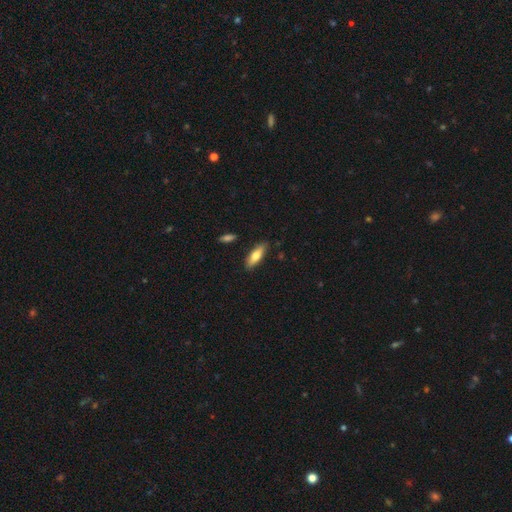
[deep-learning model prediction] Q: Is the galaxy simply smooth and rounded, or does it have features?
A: smooth — 72%.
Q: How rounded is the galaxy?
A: in between — 59%.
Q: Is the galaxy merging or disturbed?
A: none — 85%.